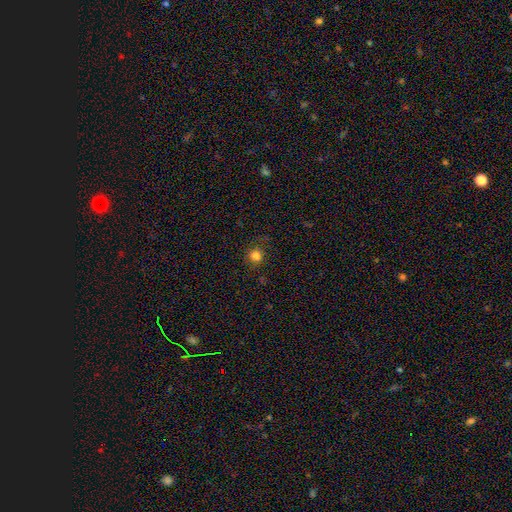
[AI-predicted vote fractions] Smooth or featured: smooth — 78% (star or artifact — 16%)
How rounded: round — 82% (in between — 17%)
Merging: none — 77% (minor disturbance — 15%)